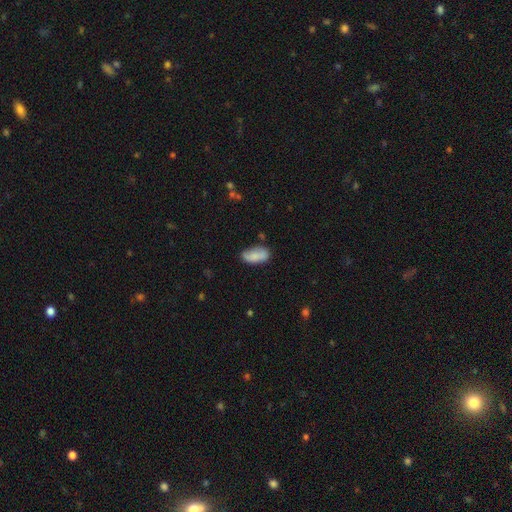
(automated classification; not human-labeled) Smooth or featured: smooth — 75% (featured or disk — 18%)
How rounded: in between — 90% (cigar-shaped — 6%)
Merging: none — 64% (minor disturbance — 25%)